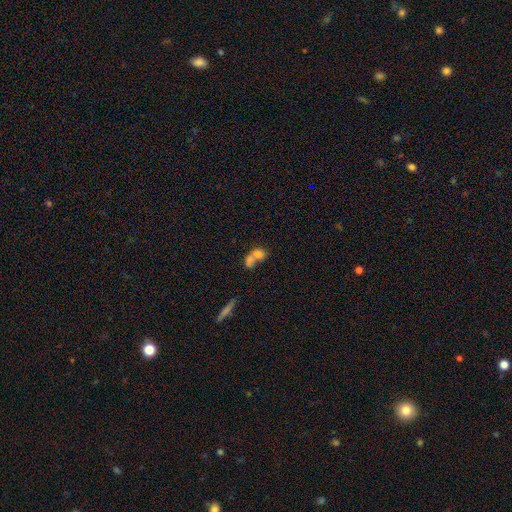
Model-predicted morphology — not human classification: This is likely a smooth galaxy (66%). How rounded: possibly in between (58%). Merging: likely merger (66%).